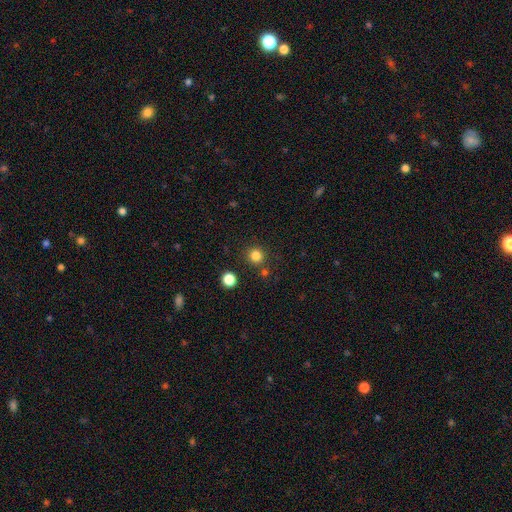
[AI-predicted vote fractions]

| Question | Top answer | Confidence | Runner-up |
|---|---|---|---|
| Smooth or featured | smooth | 82% | star or artifact (14%) |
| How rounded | round | 94% | in between (6%) |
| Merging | none | 85% | minor disturbance (7%) |